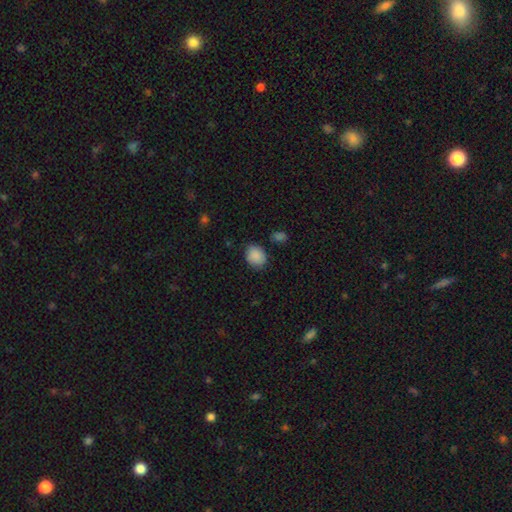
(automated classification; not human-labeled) Morphology: type=smooth (88%); roundness=round (55%); merging=none (79%).